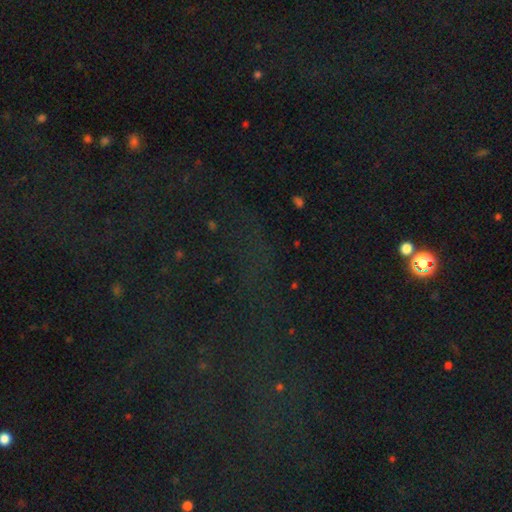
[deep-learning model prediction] Smooth or featured: star or artifact — 76% (smooth — 14%)